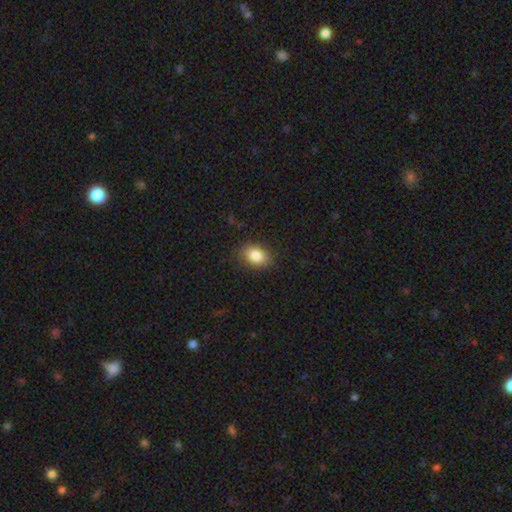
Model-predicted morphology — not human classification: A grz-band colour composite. It shows a smooth galaxy with no disk features (85%) that is in between round and cigar-shaped (75%). Merging: none (85%).